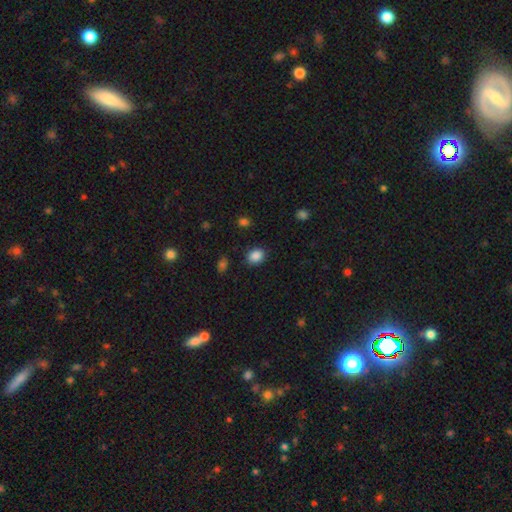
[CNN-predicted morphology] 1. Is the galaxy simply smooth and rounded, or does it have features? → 87% smooth, 10% star or artifact, 4% featured or disk.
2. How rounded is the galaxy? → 57% in between, 42% round, 1% cigar-shaped.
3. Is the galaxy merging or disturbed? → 86% none, 10% minor disturbance, 3% major disturbance, 2% merger.